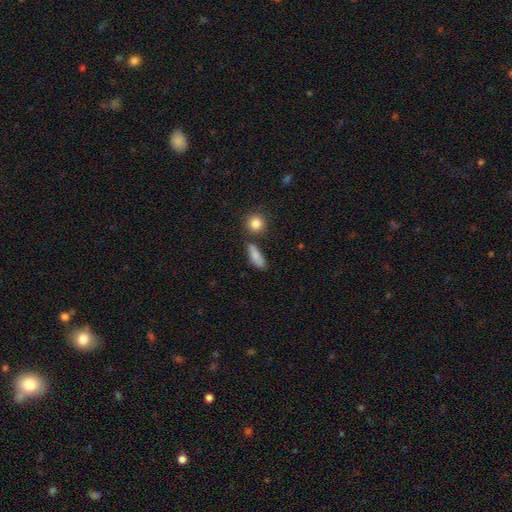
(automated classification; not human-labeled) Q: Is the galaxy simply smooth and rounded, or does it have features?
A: smooth — 83%.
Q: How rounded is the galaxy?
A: in between — 63%.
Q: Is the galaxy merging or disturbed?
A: none — 70%.